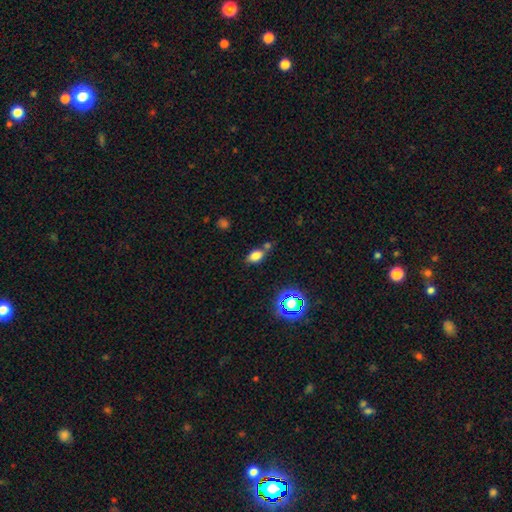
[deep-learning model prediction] smooth-or-featured: smooth: 75% | star or artifact: 15% | featured or disk: 10%
  how-rounded: in between: 84% | round: 12% | cigar-shaped: 4%
  merging: none: 62% | merger: 18% | minor disturbance: 16% | major disturbance: 5%